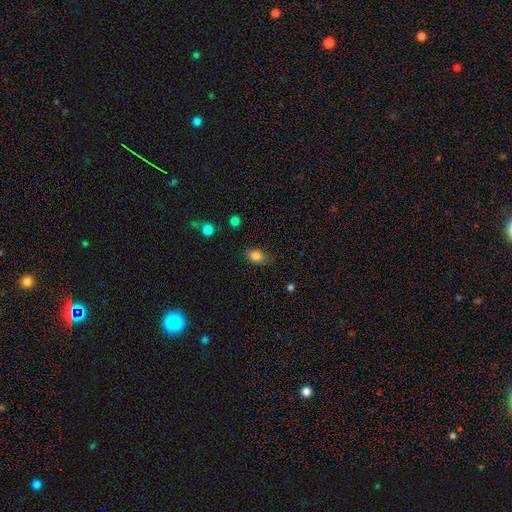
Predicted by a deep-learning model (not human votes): smooth-or-featured: smooth: 84% | star or artifact: 10% | featured or disk: 6%
  how-rounded: in between: 68% | round: 30% | cigar-shaped: 1%
  merging: none: 70% | minor disturbance: 23% | major disturbance: 6% | merger: 2%